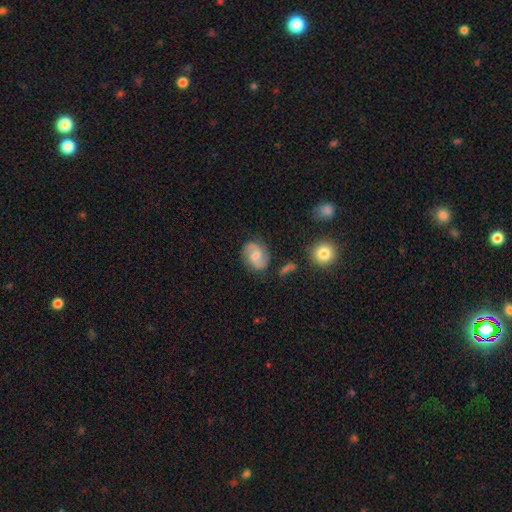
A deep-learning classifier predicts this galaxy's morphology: Smooth or featured: featured or disk — 75% (smooth — 19%)
Edge-on disk: no — 98% (yes — 2%)
Bar: weak — 47% (no — 44%)
Spiral arms: yes — 94% (no — 6%)
Spiral winding: medium — 51% (loose — 26%)
Spiral arm count: 2 — 92% (can't tell — 4%)
Bulge size: moderate — 60% (small — 30%)
Merging: none — 80% (minor disturbance — 13%)